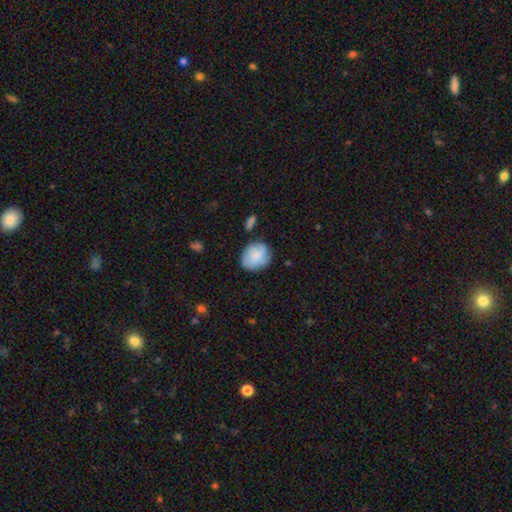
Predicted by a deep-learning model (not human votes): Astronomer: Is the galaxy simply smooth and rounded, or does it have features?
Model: smooth — 72%.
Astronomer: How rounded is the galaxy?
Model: round — 65%.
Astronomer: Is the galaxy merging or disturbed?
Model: none — 69%.